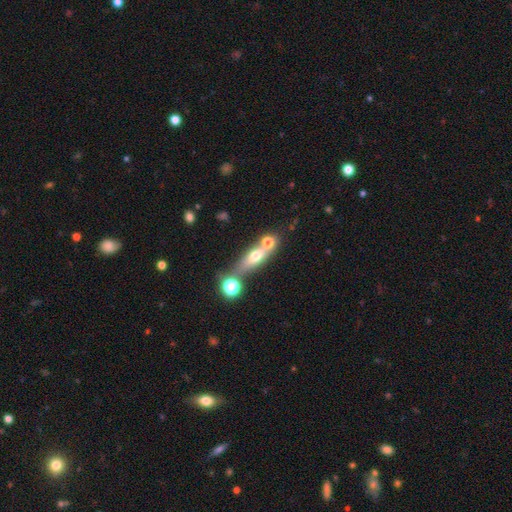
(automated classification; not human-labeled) A smooth galaxy with no disk features (54%) that is in between round and cigar-shaped (44%).

Vote fractions:
- Smooth or featured? smooth: 54% / featured or disk: 34% / star or artifact: 12%
- How rounded? in between: 44% / cigar-shaped: 39% / round: 16%
- Merging? none: 42% / merger: 39% / minor disturbance: 12% / major disturbance: 7%